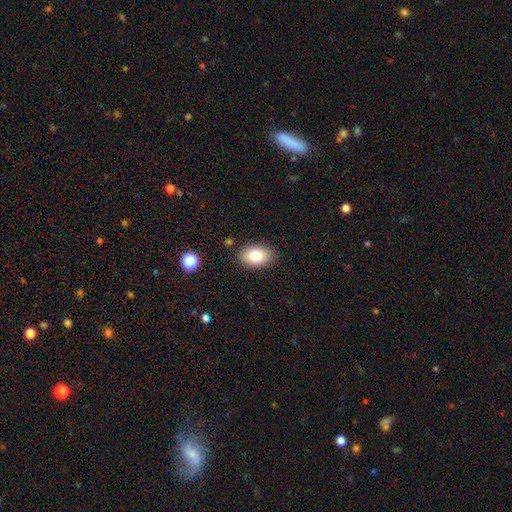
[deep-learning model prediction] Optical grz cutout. It shows a smooth galaxy with no disk features (81%) that is in between round and cigar-shaped (88%). Merging: none (86%).